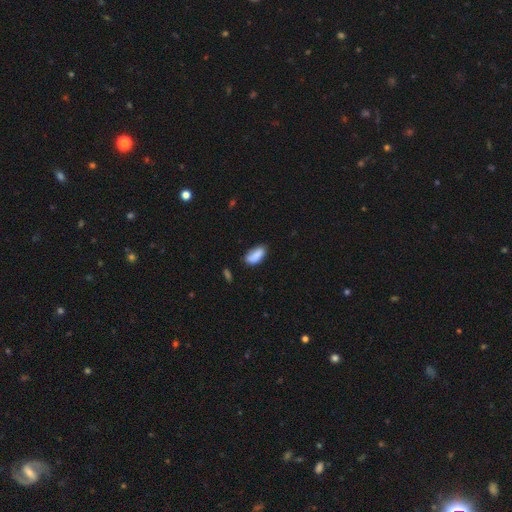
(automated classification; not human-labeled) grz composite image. It shows a smooth galaxy with no disk features (85%) that is in between round and cigar-shaped (87%). Merging: none (61%).